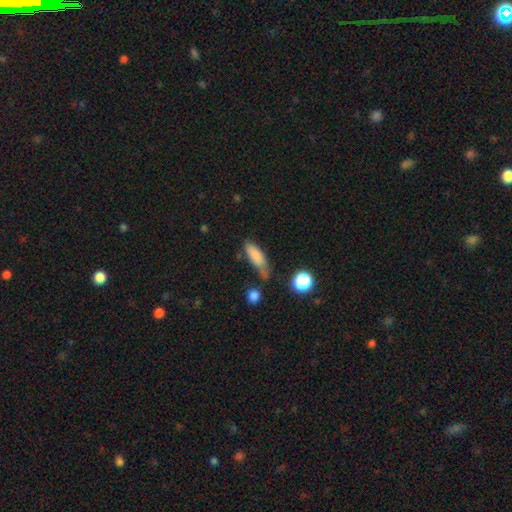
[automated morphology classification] Q: Smooth or featured?
A: smooth (81%); runner-up: featured or disk (10%)
Q: How rounded?
A: in between (56%); runner-up: cigar-shaped (40%)
Q: Merging?
A: none (46%); runner-up: minor disturbance (32%)